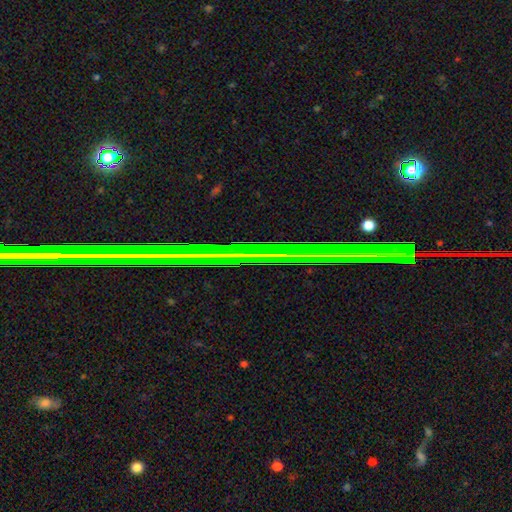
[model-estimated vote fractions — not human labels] smooth_or_featured: star or artifact (p=0.73) [alt: featured or disk p=0.17]